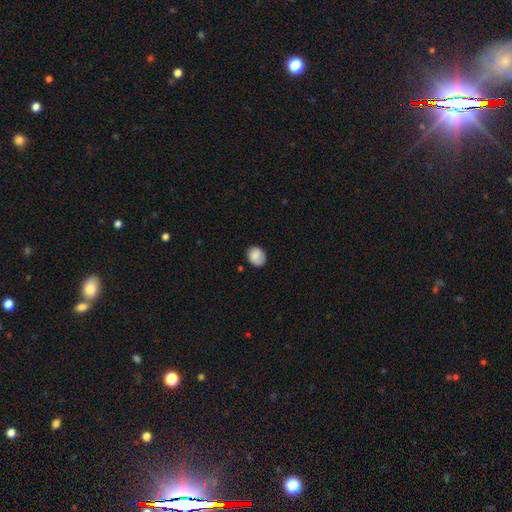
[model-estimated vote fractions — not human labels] A smooth galaxy with no disk features (83%) that is round (62%).

Vote fractions:
- Smooth or featured? smooth: 83% / featured or disk: 10% / star or artifact: 7%
- How rounded? round: 62% / in between: 37% / cigar-shaped: 1%
- Merging? none: 76% / minor disturbance: 18% / major disturbance: 4% / merger: 1%